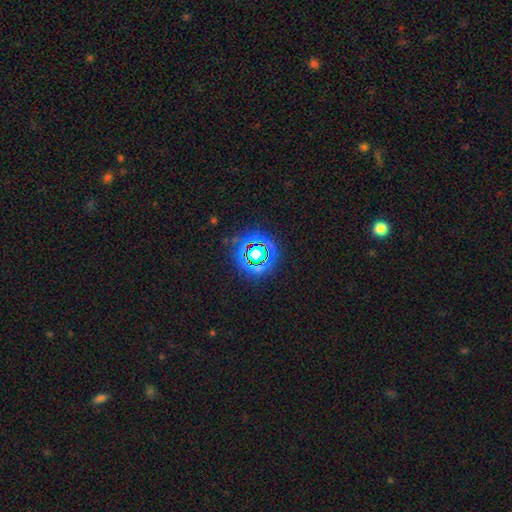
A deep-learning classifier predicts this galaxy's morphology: star or artifact 69%, smooth 19%, featured or disk 12%.